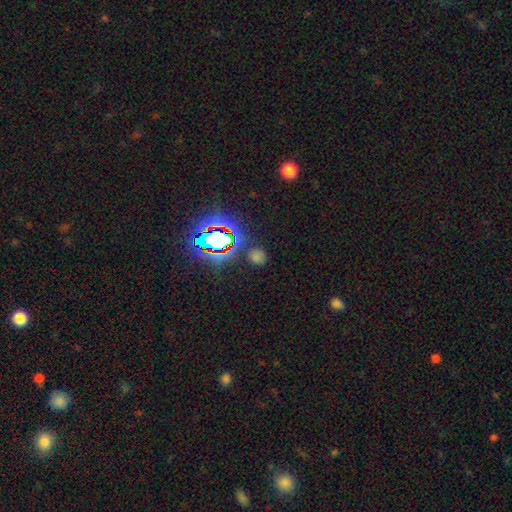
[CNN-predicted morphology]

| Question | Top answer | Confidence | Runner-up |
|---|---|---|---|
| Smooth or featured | star or artifact | 47% | smooth (45%) |